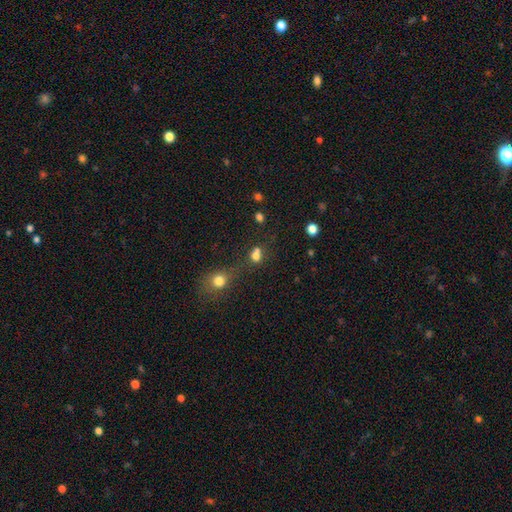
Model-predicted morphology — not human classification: type=smooth (73%); roundness=round (68%); merging=none (46%).